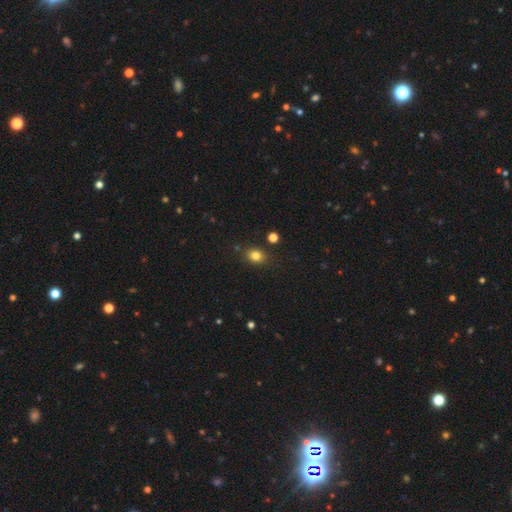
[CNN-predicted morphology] smooth 81%, star or artifact 13%, featured or disk 7%. Down the decision tree: how rounded — in between (50%); merging — none (82%).